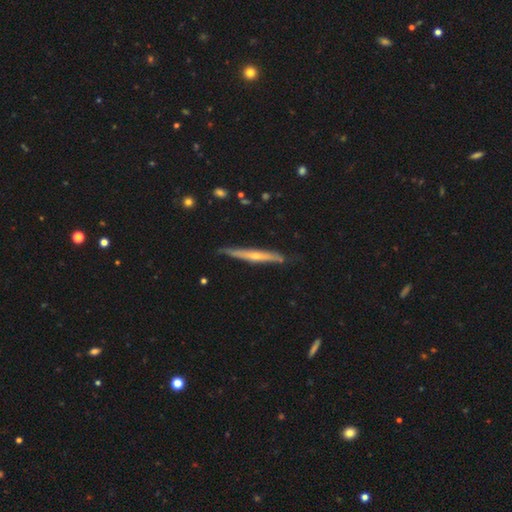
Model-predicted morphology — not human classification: The model was most divided on "smooth or featured": featured or disk: 68%, smooth: 27%, star or artifact: 6%. More confident: edge-on disk — yes (96%); merging — none (81%); edge-on bulge — rounded (71%).